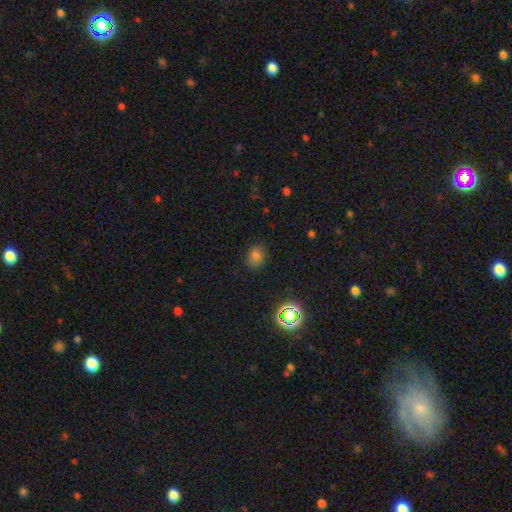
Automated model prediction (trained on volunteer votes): A smooth galaxy with no disk features (76%) that is round (61%). Merging: none (82%).